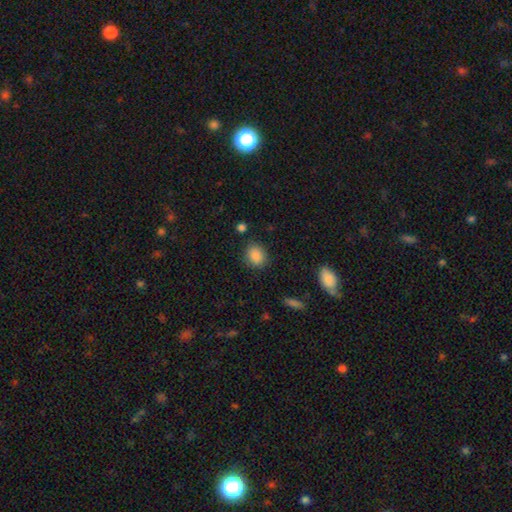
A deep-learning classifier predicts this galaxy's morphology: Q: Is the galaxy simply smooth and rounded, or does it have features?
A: smooth — 87%.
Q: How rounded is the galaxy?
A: round — 58%.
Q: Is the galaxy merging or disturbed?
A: none — 83%.